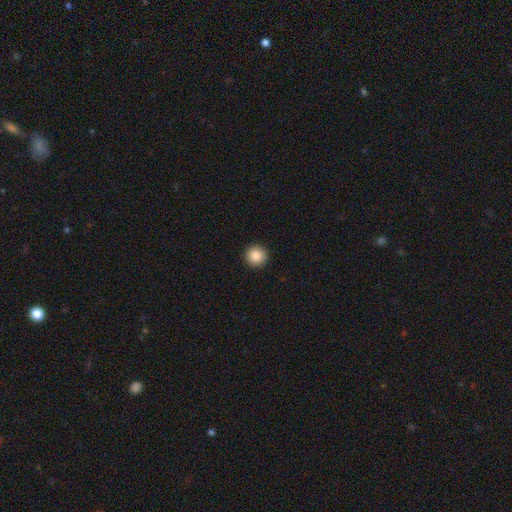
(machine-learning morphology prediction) Q: Smooth or featured?
A: smooth (85%); runner-up: star or artifact (9%)
Q: How rounded?
A: round (96%); runner-up: in between (3%)
Q: Merging?
A: none (94%); runner-up: minor disturbance (4%)